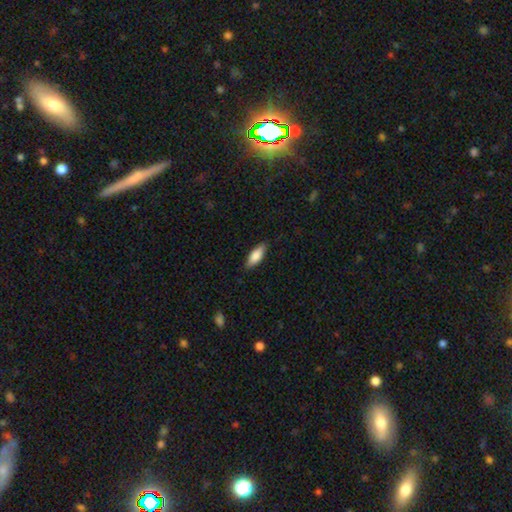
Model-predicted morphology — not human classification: smooth 80%, featured or disk 14%, star or artifact 6%. Down the decision tree: how rounded — in between (71%); merging — none (85%).